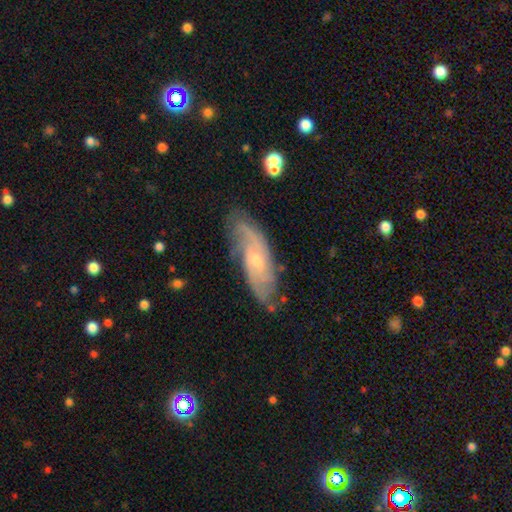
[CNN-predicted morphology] Overall: featured or disk (77%). Edge-on disk: no (85%). Bar: no (68%). Spiral arms: yes (93%). Spiral arm count: 2 (36%; can't tell 35%). Spiral winding: tight (46%; medium 38%). Bulge size: small (70%). Merging: none (77%).